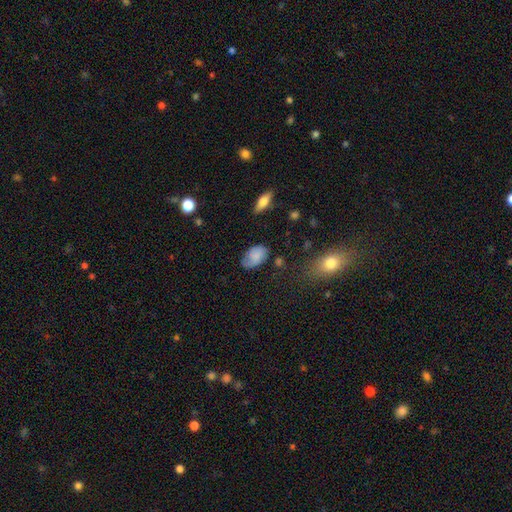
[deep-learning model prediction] Smooth or featured: smooth — 75% (featured or disk — 16%)
How rounded: in between — 89% (round — 9%)
Merging: none — 62% (minor disturbance — 27%)